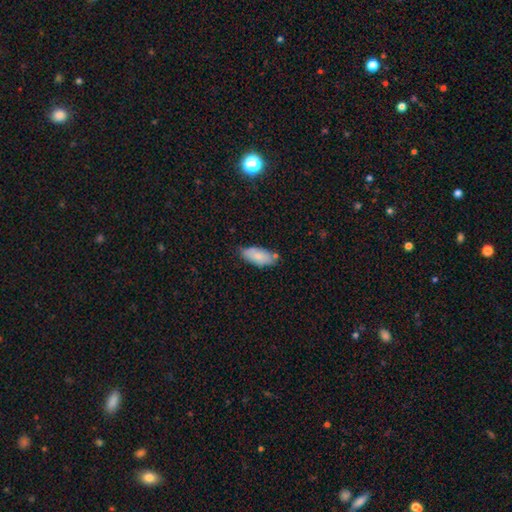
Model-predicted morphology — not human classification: This is likely a smooth galaxy (79%). How rounded: clearly in between (88%). Merging: likely none (68%).